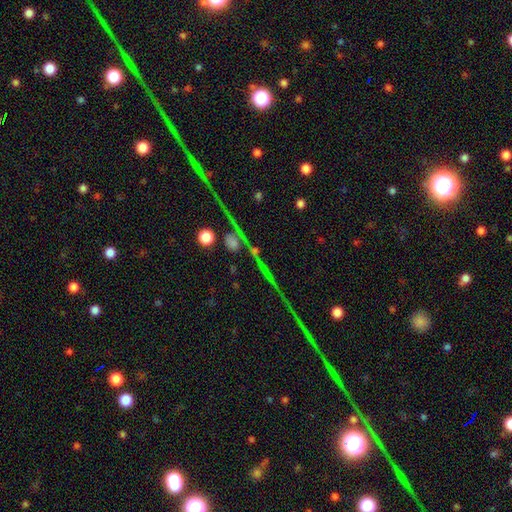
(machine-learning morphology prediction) star or artifact 68%, featured or disk 19%, smooth 13%.